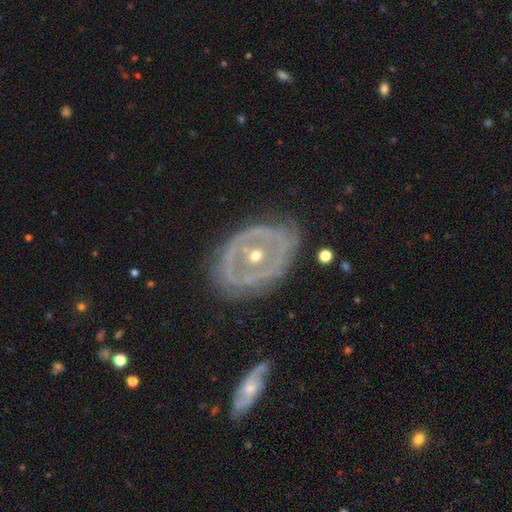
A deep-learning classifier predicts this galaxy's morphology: This appears to be a featured or disk galaxy (81%) with no bar (65%), no spiral arms (55%) and a moderate central bulge (57%). Merging: none (64%).